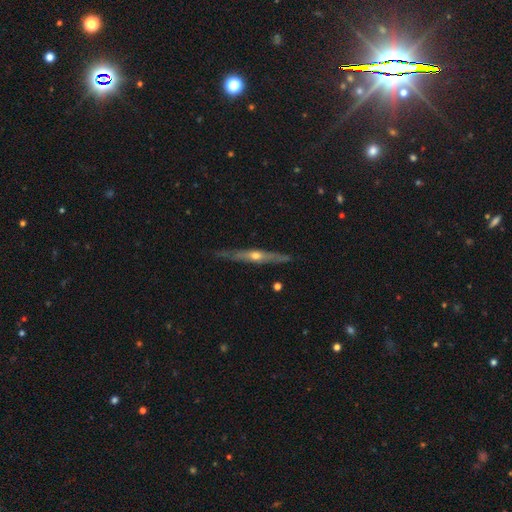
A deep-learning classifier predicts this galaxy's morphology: The model was most divided on "smooth or featured": featured or disk: 69%, smooth: 25%, star or artifact: 5%. More confident: edge-on disk — yes (91%); edge-on bulge — rounded (83%); merging — none (80%).